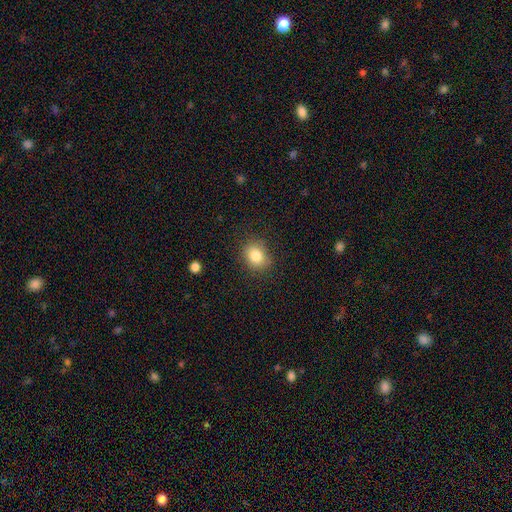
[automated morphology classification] Smooth or featured? Predicted: smooth (p=0.83). How rounded? Predicted: round (p=0.57). Merging? Predicted: none (p=0.81).